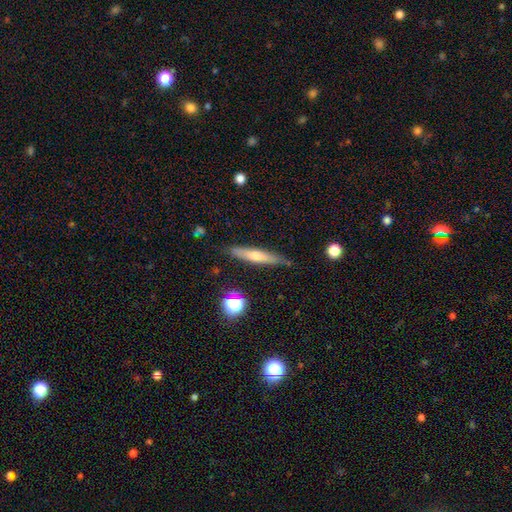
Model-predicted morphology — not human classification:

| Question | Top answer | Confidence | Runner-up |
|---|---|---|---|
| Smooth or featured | smooth | 51% | featured or disk (41%) |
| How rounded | cigar-shaped | 91% | in between (7%) |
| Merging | none | 83% | minor disturbance (12%) |